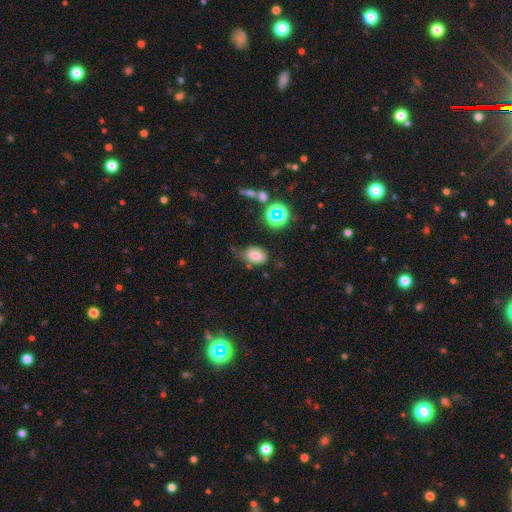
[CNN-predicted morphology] This is likely a smooth galaxy (75%). How rounded: likely in between (79%). Merging: possibly none (59%).